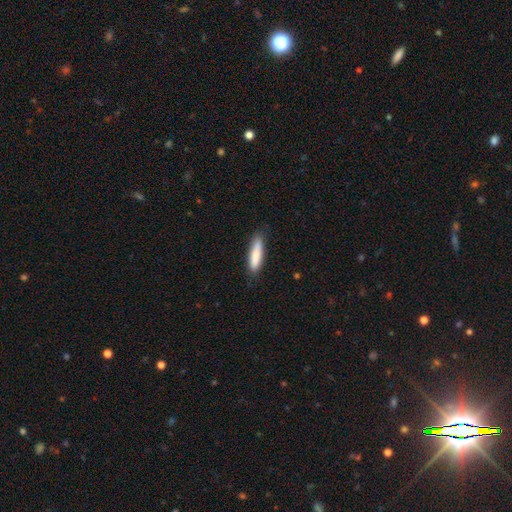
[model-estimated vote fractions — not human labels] The model was most divided on "how rounded": cigar-shaped: 77%, in between: 21%, round: 1%. More confident: smooth or featured — smooth (81%); merging — none (81%).